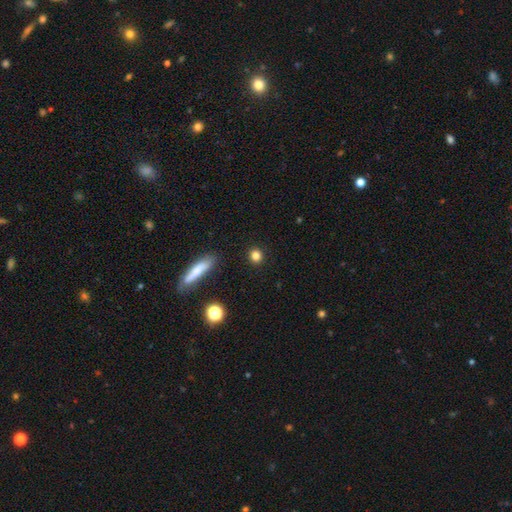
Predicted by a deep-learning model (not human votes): The model was most divided on "smooth or featured": smooth: 82%, star or artifact: 12%, featured or disk: 6%. More confident: merging — none (90%); how rounded — round (84%).